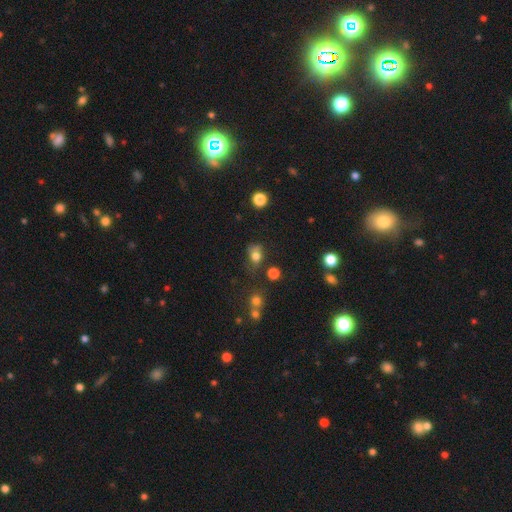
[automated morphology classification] Smooth or featured: smooth — 76% (star or artifact — 14%)
How rounded: in between — 57% (round — 42%)
Merging: none — 48% (minor disturbance — 30%)